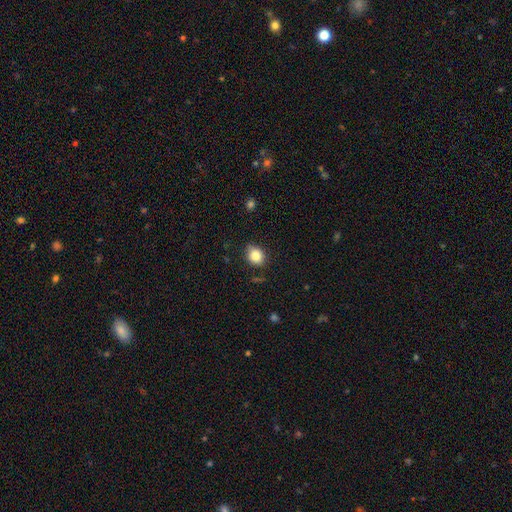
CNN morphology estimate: type=smooth (82%); roundness=round (54%); merging=none (78%).